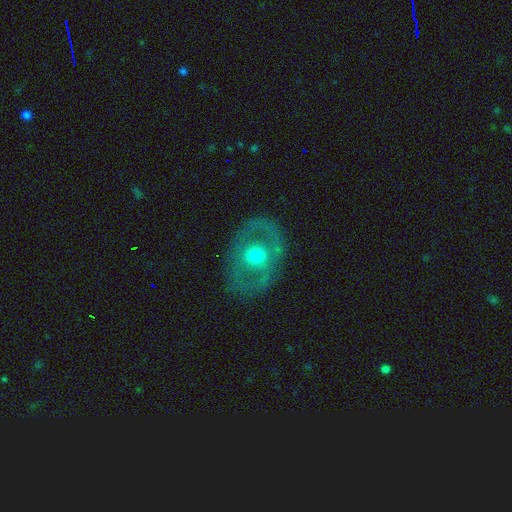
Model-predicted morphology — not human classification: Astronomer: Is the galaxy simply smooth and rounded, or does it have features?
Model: featured or disk — 56% (runner-up: smooth, 38%).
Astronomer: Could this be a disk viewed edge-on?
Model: no — 92%.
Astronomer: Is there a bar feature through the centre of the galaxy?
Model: no — 81%.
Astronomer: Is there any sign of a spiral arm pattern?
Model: no — 83%.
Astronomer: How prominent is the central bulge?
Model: moderate — 67%.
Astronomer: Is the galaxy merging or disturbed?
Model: none — 78%.